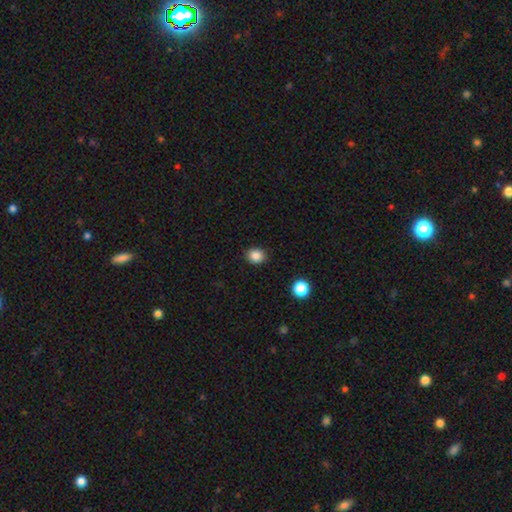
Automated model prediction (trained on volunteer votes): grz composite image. It shows a smooth galaxy with no disk features (85%) that is round (68%). Merging: none (90%).